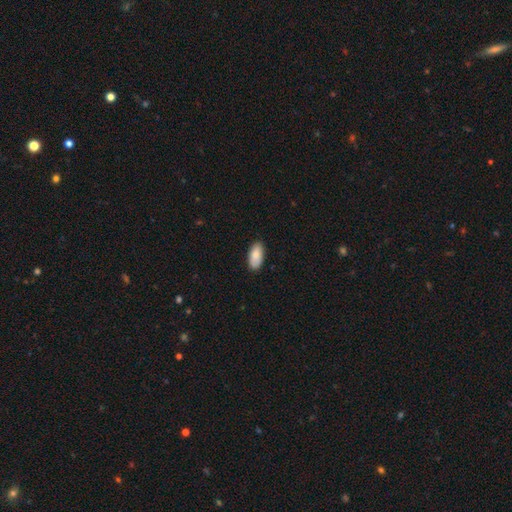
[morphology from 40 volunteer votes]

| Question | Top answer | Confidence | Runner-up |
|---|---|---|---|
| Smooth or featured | smooth | 88% | featured or disk (12%) |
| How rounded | in between | 91% | cigar-shaped (9%) |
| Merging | none | 88% | minor disturbance (10%) |